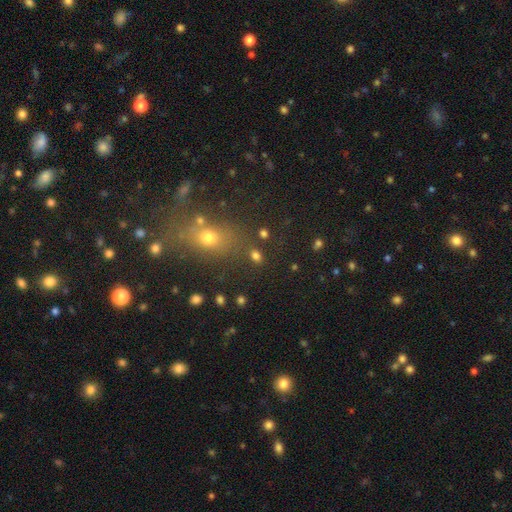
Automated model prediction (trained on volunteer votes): Smooth or featured?
  - smooth: 76% *
  - star or artifact: 17%
  - featured or disk: 7%
How rounded?
  - in between: 64% *
  - round: 33%
  - cigar-shaped: 3%
Merging?
  - none: 76% *
  - minor disturbance: 11%
  - merger: 9%
  - major disturbance: 5%